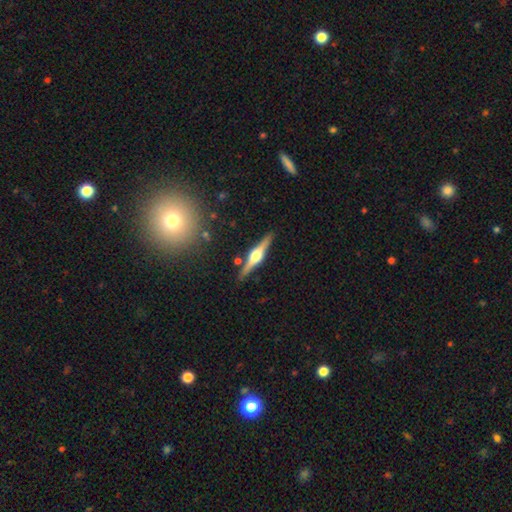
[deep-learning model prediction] A featured or disk galaxy (80%) viewed edge-on (98%) with a rounded central bulge (94%). Merging: none (88%).